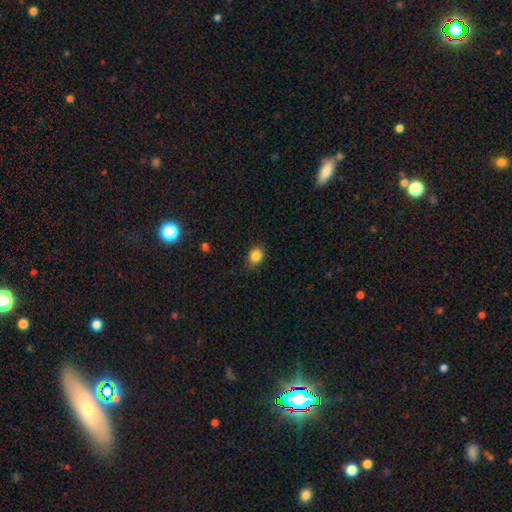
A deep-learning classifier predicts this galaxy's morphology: Smooth or featured: smooth — 85% (star or artifact — 10%)
How rounded: in between — 50% (round — 49%)
Merging: none — 82% (minor disturbance — 14%)